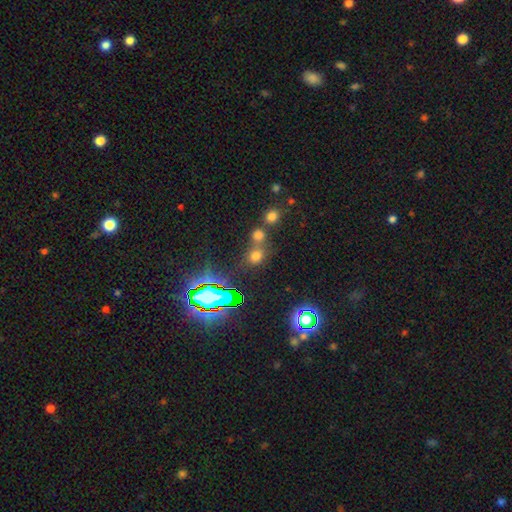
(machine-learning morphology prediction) The model was most divided on "smooth or featured": smooth: 59%, star or artifact: 33%, featured or disk: 8%. More confident: how rounded — round (79%); merging — none (58%).